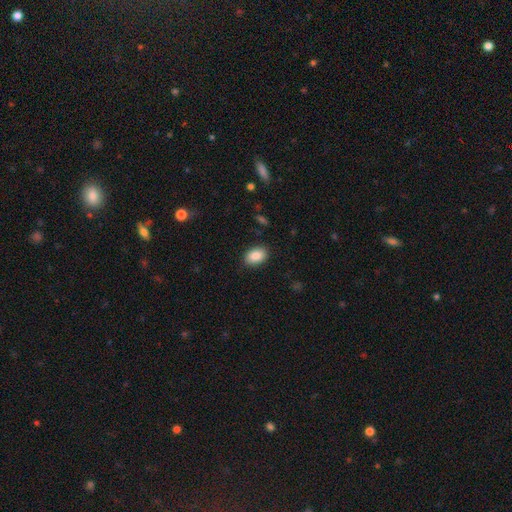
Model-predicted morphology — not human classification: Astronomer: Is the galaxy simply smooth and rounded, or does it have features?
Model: smooth — 88%.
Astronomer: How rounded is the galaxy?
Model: in between — 87%.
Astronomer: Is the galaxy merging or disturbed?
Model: none — 88%.